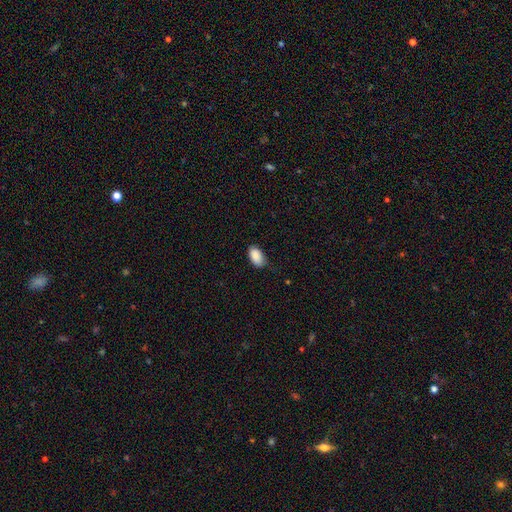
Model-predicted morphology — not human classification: The model was most divided on "merging": none: 75%, minor disturbance: 20%, major disturbance: 3%, merger: 1%. More confident: how rounded — in between (94%); smooth or featured — smooth (89%).